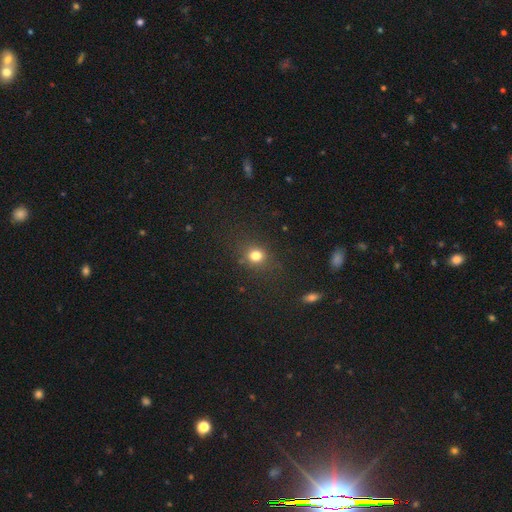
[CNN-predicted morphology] smooth_or_featured: smooth (p=0.77) [alt: star or artifact p=0.16]
how_rounded: round (p=0.73) [alt: in between p=0.26]
merging: none (p=0.82) [alt: minor disturbance p=0.11]